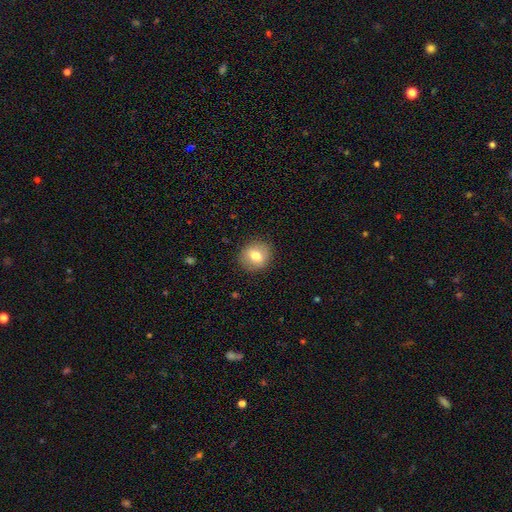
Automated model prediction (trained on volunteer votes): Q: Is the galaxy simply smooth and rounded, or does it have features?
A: smooth — 72%.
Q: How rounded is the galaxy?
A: round — 83%.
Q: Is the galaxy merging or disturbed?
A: none — 88%.